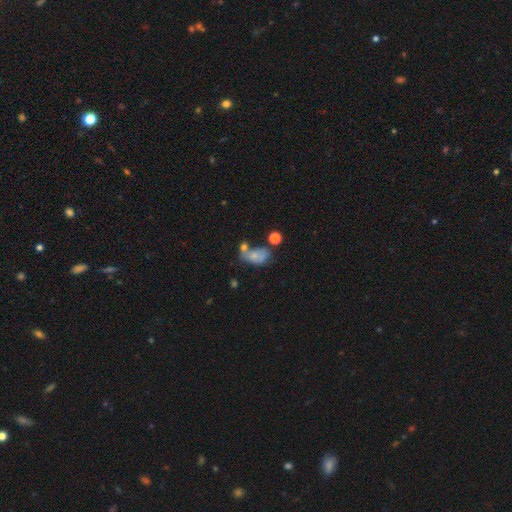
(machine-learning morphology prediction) The model was most divided on "merging": merger: 34%, none: 29%, minor disturbance: 21%, major disturbance: 16%. More confident: how rounded — in between (84%); smooth or featured — smooth (65%).